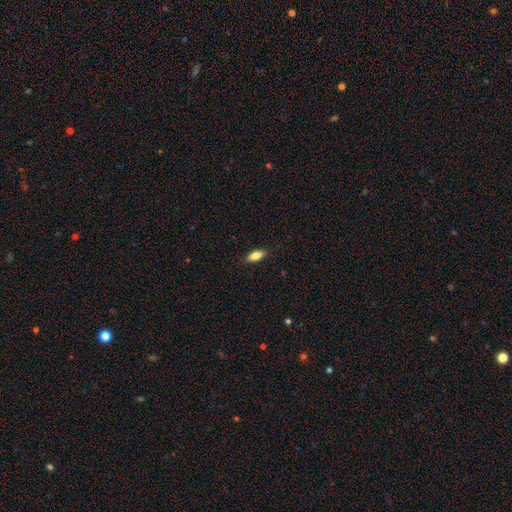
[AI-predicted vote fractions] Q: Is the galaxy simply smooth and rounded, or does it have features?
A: smooth — 79%.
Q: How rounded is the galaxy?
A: in between — 77%.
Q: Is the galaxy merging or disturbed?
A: none — 84%.